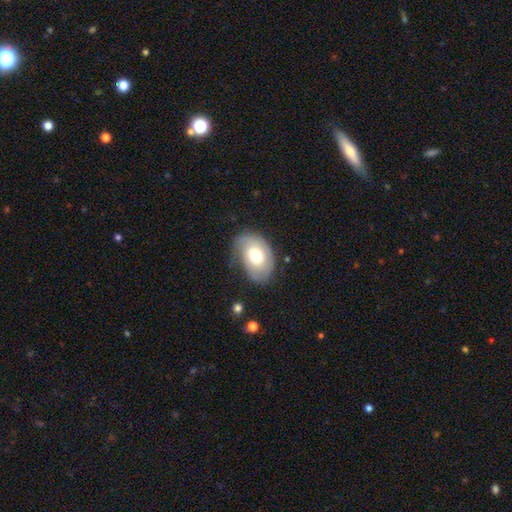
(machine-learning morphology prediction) Overall: smooth (52%; featured or disk 41%). How rounded: in between (83%). Merging: none (63%; minor disturbance 26%).